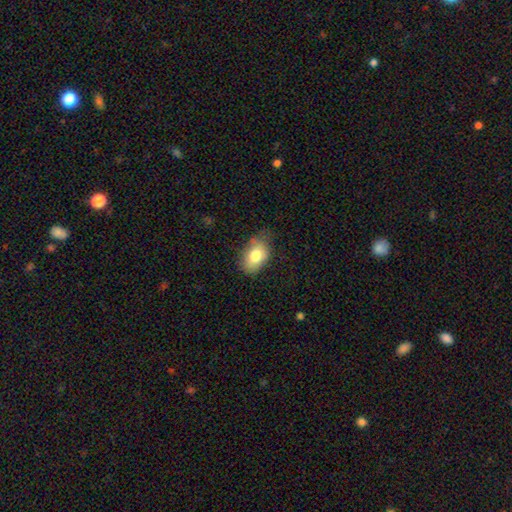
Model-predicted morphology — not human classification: Smooth or featured? smooth (79%)
How rounded? in between (87%)
Merging? none (65%)